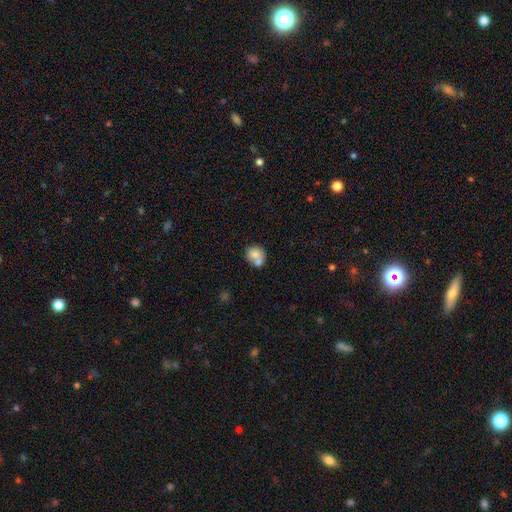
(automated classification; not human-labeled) Morphology: type=smooth (77%); roundness=round (72%); merging=merger (47%).